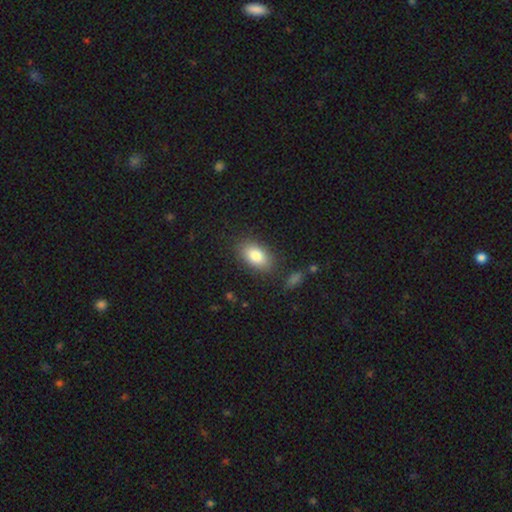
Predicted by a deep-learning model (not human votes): Smooth or featured? Predicted: smooth (p=0.83). How rounded? Predicted: in between (p=0.90). Merging? Predicted: none (p=0.83).